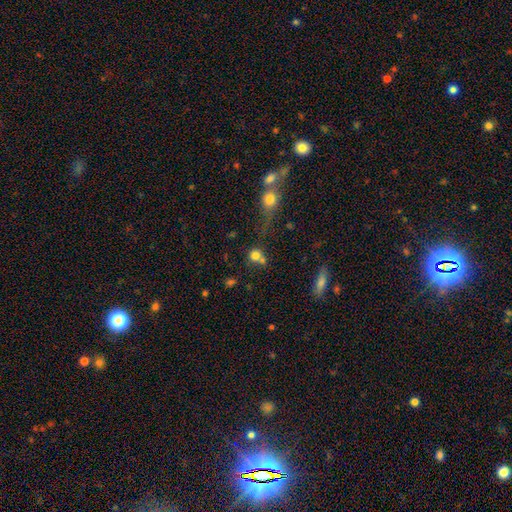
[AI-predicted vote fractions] The model was most divided on "merging": none: 48%, merger: 36%, minor disturbance: 11%, major disturbance: 6%. More confident: how rounded — round (84%); smooth or featured — smooth (77%).